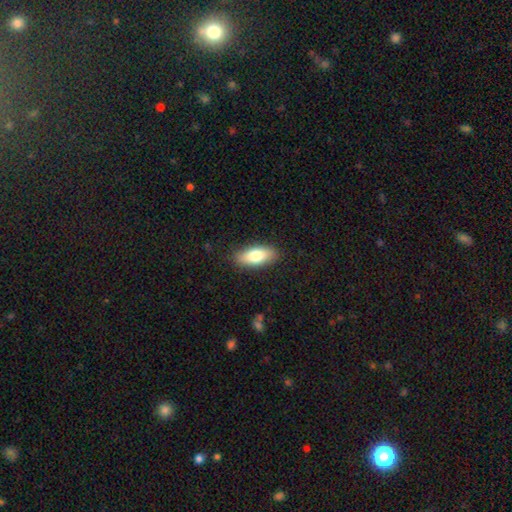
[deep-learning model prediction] This is likely a smooth galaxy (79%). How rounded: clearly in between (83%). Merging: clearly none (87%).